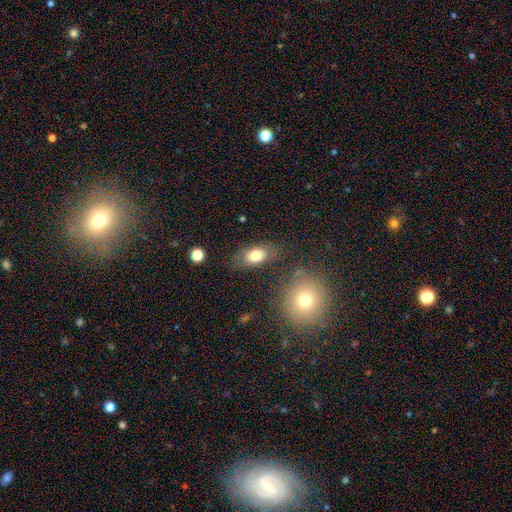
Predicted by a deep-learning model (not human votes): Smooth or featured? Predicted: smooth (p=0.76). How rounded? Predicted: in between (p=0.86). Merging? Predicted: none (p=0.72).